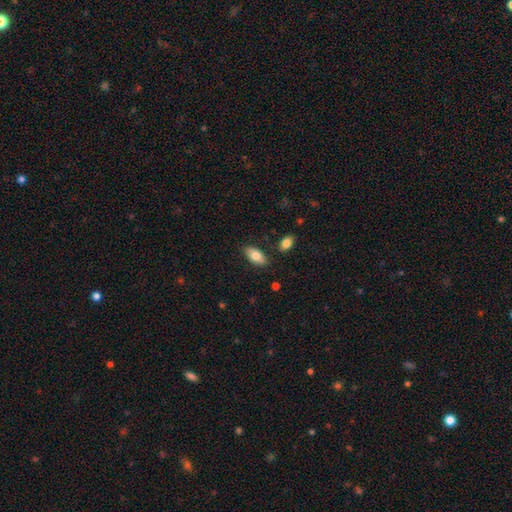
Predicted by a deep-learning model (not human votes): smooth-or-featured: smooth: 77% | featured or disk: 16% | star or artifact: 6%
  how-rounded: in between: 92% | cigar-shaped: 5% | round: 3%
  merging: none: 84% | minor disturbance: 11% | merger: 3% | major disturbance: 2%